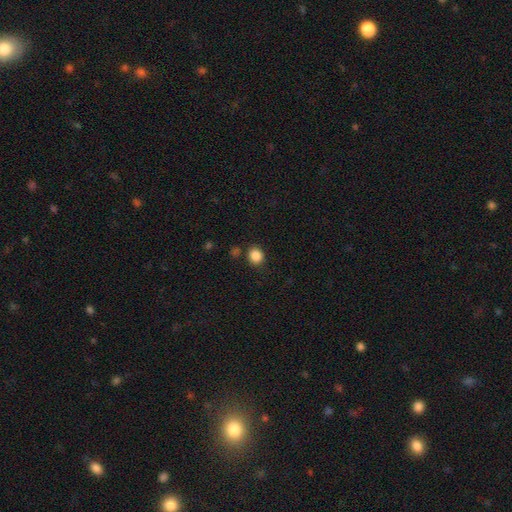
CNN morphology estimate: A smooth galaxy with no disk features (87%) that is round (76%). Merging: none (83%).